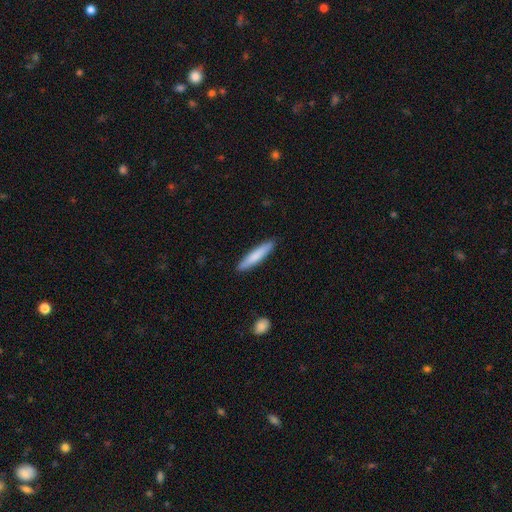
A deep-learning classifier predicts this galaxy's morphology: This is likely a smooth galaxy (79%). How rounded: clearly cigar-shaped (90%). Merging: clearly none (90%).